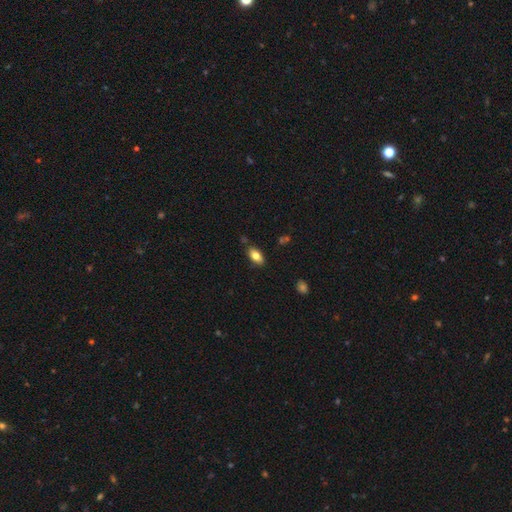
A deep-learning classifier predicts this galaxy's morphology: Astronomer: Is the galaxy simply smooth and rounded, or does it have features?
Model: smooth — 79%.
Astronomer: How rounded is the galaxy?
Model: in between — 90%.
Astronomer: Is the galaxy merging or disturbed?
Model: none — 80%.